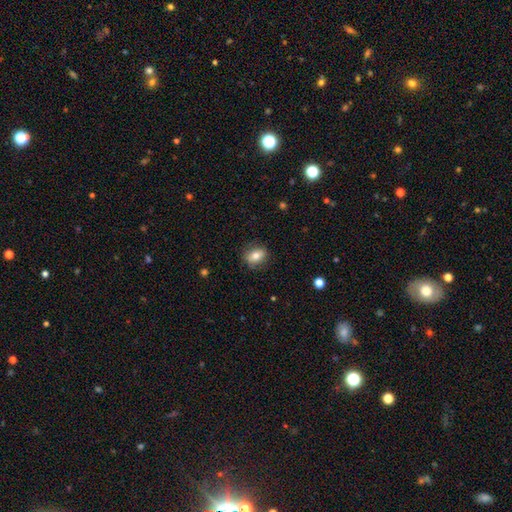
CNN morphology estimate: This is likely a smooth galaxy (74%). How rounded: likely in between (62%). Merging: clearly none (82%).